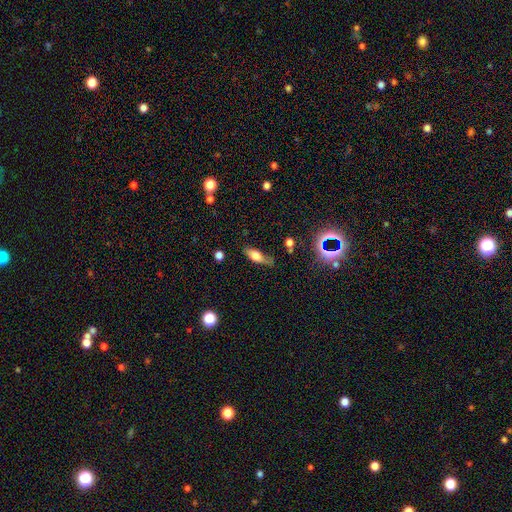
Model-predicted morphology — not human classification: This appears to be a smooth galaxy with no disk features (64%) that is in between round and cigar-shaped (65%). Merging: none (58%).